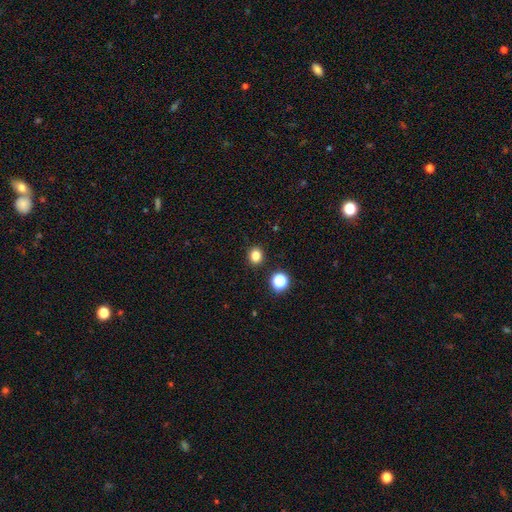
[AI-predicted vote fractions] smooth-or-featured: smooth: 81% | star or artifact: 14% | featured or disk: 5%
  how-rounded: round: 74% | in between: 25% | cigar-shaped: 1%
  merging: none: 89% | minor disturbance: 6% | merger: 2% | major disturbance: 2%